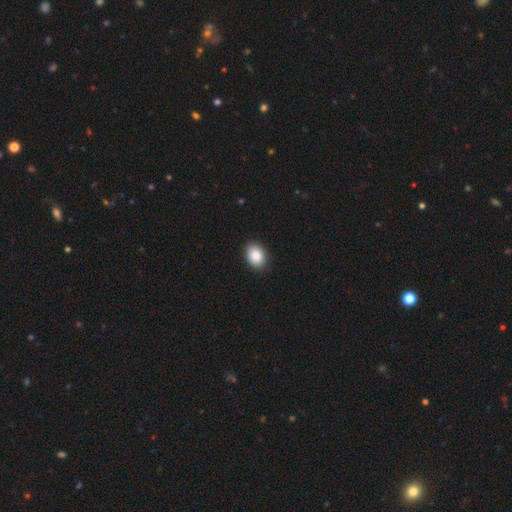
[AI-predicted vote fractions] The model was most divided on "how rounded": in between: 68%, round: 31%, cigar-shaped: 1%. More confident: merging — none (90%); smooth or featured — smooth (87%).